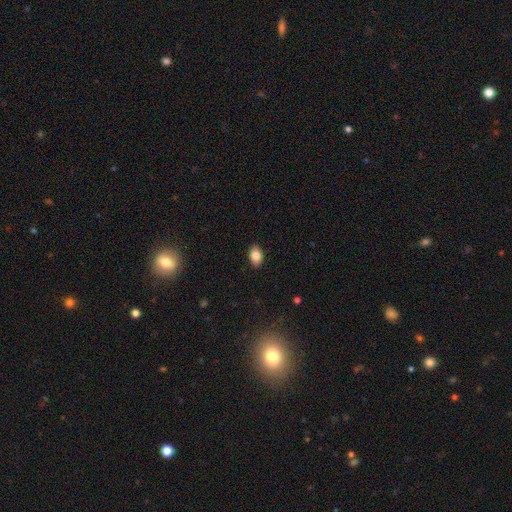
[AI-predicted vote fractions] Smooth or featured? Predicted: smooth (p=0.84). How rounded? Predicted: in between (p=0.89). Merging? Predicted: none (p=0.89).